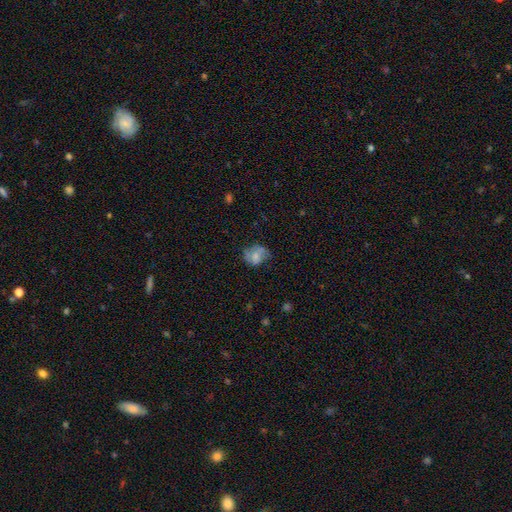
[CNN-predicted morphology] smooth 53%, featured or disk 37%, star or artifact 10%. Down the decision tree: how rounded — round (52%); merging — none (49%).